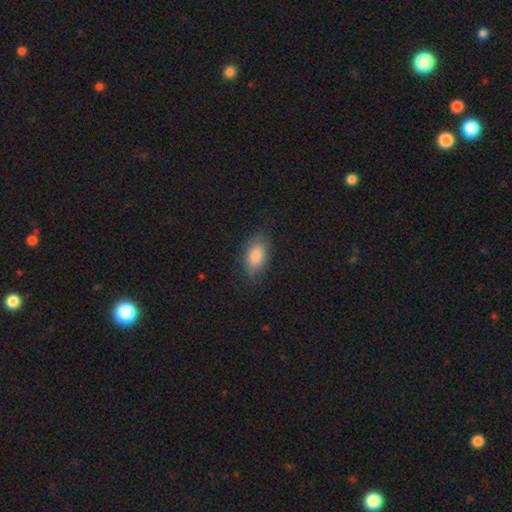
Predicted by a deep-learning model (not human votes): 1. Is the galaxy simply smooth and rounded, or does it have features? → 85% smooth, 8% featured or disk, 7% star or artifact.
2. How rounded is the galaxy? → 91% in between, 5% round, 4% cigar-shaped.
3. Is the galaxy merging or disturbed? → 80% none, 15% minor disturbance, 4% major disturbance, 1% merger.